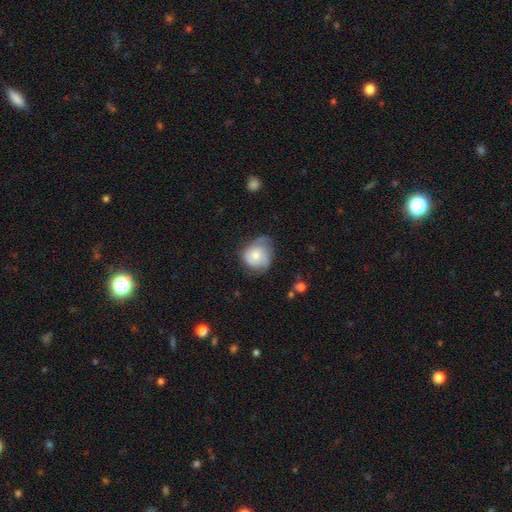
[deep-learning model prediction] Smooth or featured? Predicted: smooth (p=0.51). How rounded? Predicted: round (p=0.72). Merging? Predicted: none (p=0.46).